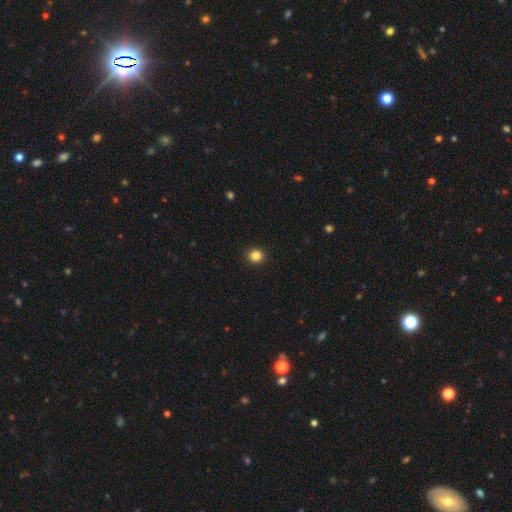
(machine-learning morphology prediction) Smooth or featured?
  - smooth: 85% *
  - star or artifact: 12%
  - featured or disk: 4%
How rounded?
  - round: 88% *
  - in between: 11%
  - cigar-shaped: 1%
Merging?
  - none: 93% *
  - minor disturbance: 4%
  - major disturbance: 2%
  - merger: 1%